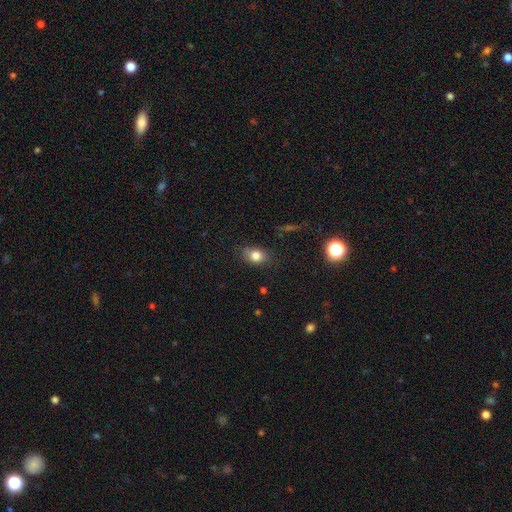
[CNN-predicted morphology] Smooth or featured?
  - smooth: 80% *
  - star or artifact: 11%
  - featured or disk: 9%
How rounded?
  - in between: 70% *
  - round: 29%
  - cigar-shaped: 2%
Merging?
  - none: 76% *
  - minor disturbance: 19%
  - major disturbance: 4%
  - merger: 2%